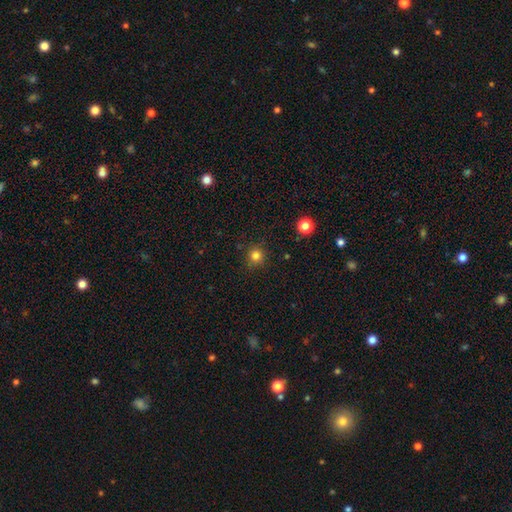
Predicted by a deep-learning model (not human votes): Morphology: type=smooth (81%); roundness=round (94%); merging=none (89%).